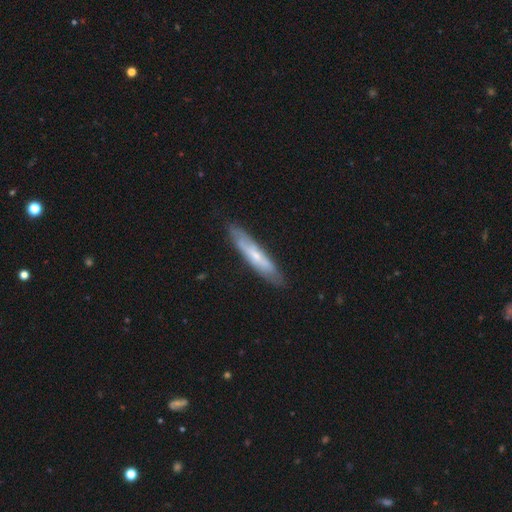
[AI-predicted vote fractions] This is possibly a featured or disk galaxy (49%). Merging: clearly none (82%).